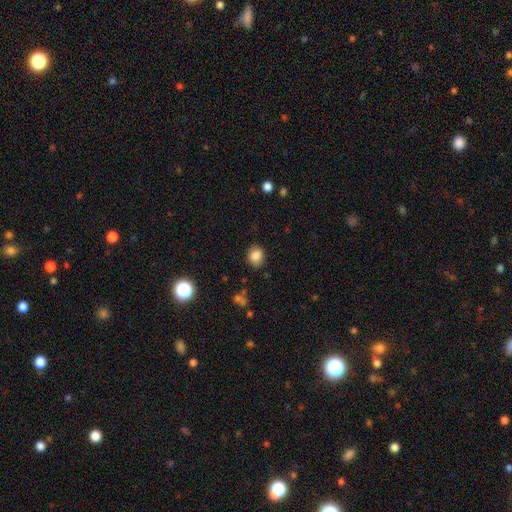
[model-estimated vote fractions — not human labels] Smooth or featured: smooth — 84% (star or artifact — 11%)
How rounded: round — 67% (in between — 32%)
Merging: none — 85% (minor disturbance — 11%)